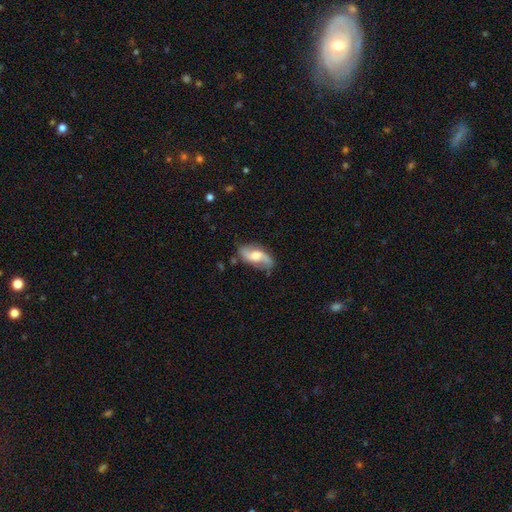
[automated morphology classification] smooth-or-featured: featured or disk: 71% | smooth: 23% | star or artifact: 6%
  disk-edge-on: no: 92% | yes: 8%
    bar: no: 50% | weak: 39% | strong: 11%
    has-spiral-arms: yes: 92% | no: 8%
      spiral-winding: loose: 64% | medium: 27% | tight: 9%
      spiral-arm-count: 2: 90% | can't tell: 4% | 1: 2% | 3: 1% | 4: 1% | more than 4: 1%
    bulge-size: moderate: 56% | large: 22% | small: 15% | none: 4% | dominant: 2%
  merging: none: 74% | minor disturbance: 18% | major disturbance: 6% | merger: 2%